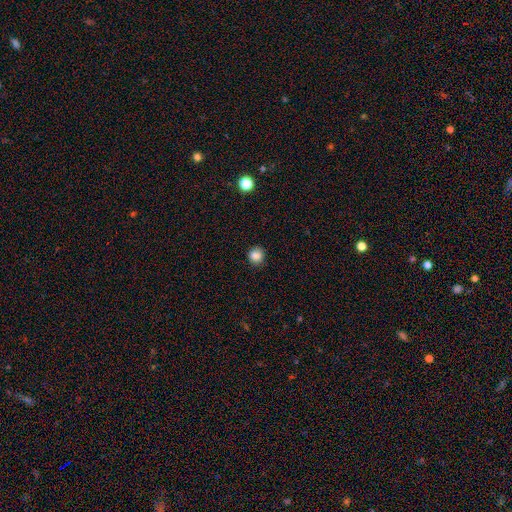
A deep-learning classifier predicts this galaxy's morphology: This is clearly a smooth galaxy (85%). How rounded: clearly round (86%). Merging: clearly none (87%).